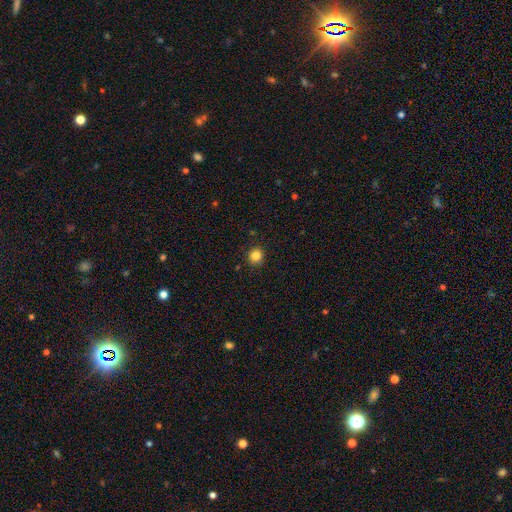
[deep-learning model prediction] A smooth galaxy with no disk features (84%) that is round (91%). Merging: none (91%).